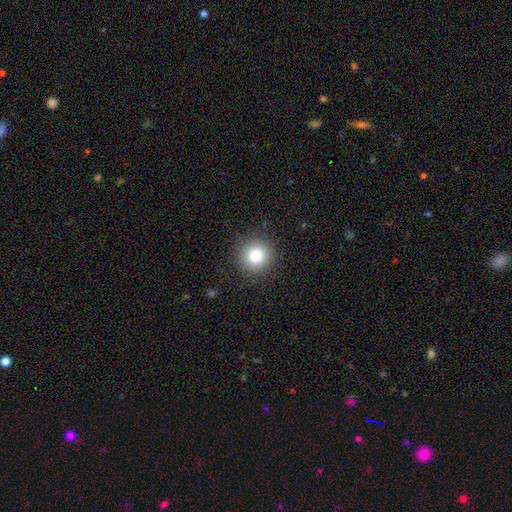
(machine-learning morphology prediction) A smooth galaxy with no disk features (79%) that is round (95%). Merging: none (90%).